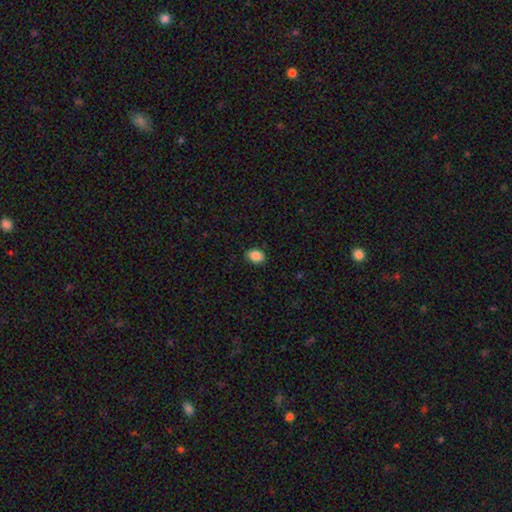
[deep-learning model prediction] This is clearly a smooth galaxy (88%). How rounded: likely in between (74%). Merging: clearly none (87%).